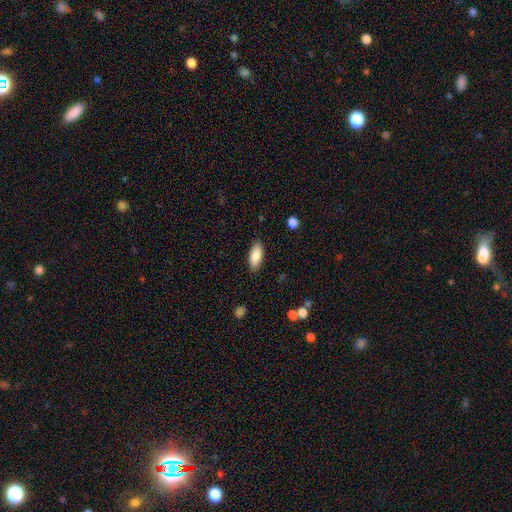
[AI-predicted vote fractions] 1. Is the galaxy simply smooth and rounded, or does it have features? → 88% smooth, 6% featured or disk, 6% star or artifact.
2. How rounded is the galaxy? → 86% in between, 12% cigar-shaped, 2% round.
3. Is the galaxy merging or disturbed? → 87% none, 10% minor disturbance, 2% major disturbance, 1% merger.